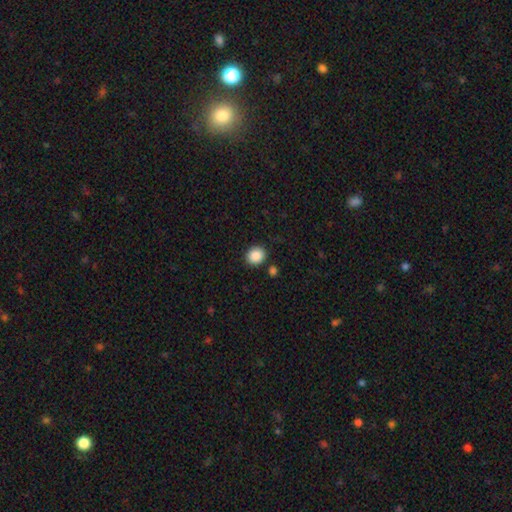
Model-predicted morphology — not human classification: Q: Smooth or featured?
A: smooth (88%); runner-up: star or artifact (9%)
Q: How rounded?
A: round (77%); runner-up: in between (22%)
Q: Merging?
A: none (87%); runner-up: minor disturbance (7%)